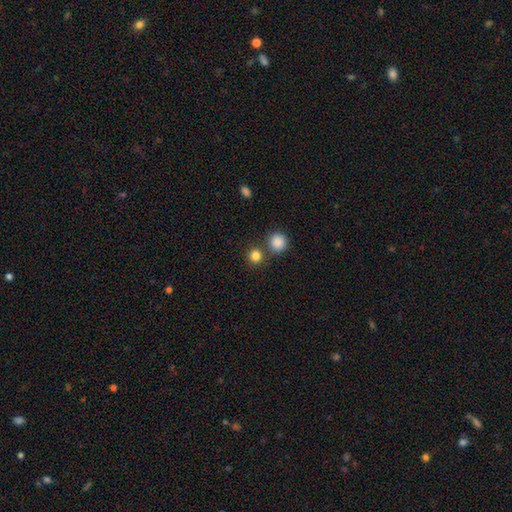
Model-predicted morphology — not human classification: Smooth or featured: smooth — 83% (star or artifact — 12%)
How rounded: round — 90% (in between — 9%)
Merging: none — 72% (merger — 18%)